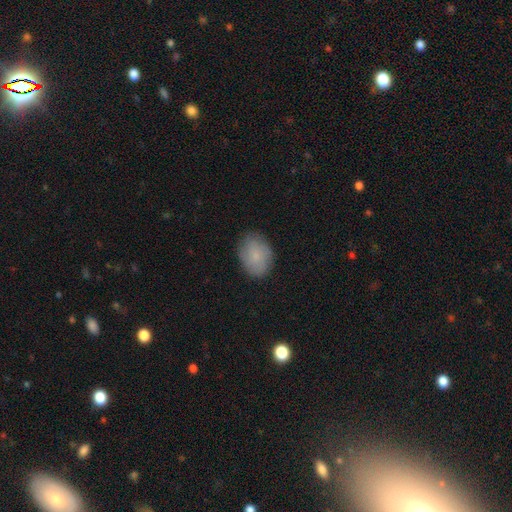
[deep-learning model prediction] smooth 77%, featured or disk 15%, star or artifact 8%. Down the decision tree: how rounded — in between (70%); merging — none (82%).